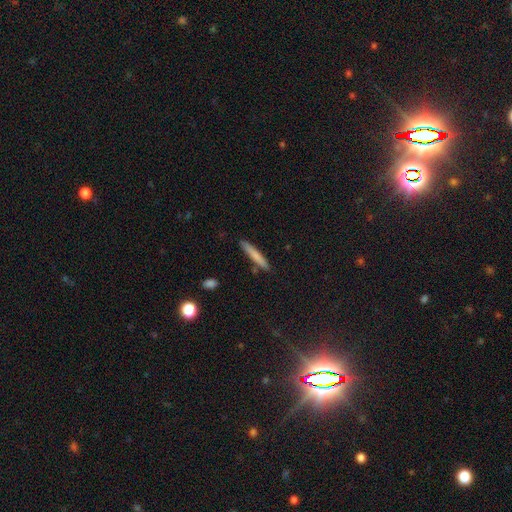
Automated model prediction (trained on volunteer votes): The model was most divided on "smooth or featured": smooth: 75%, featured or disk: 19%, star or artifact: 6%. More confident: how rounded — cigar-shaped (94%); merging — none (85%).